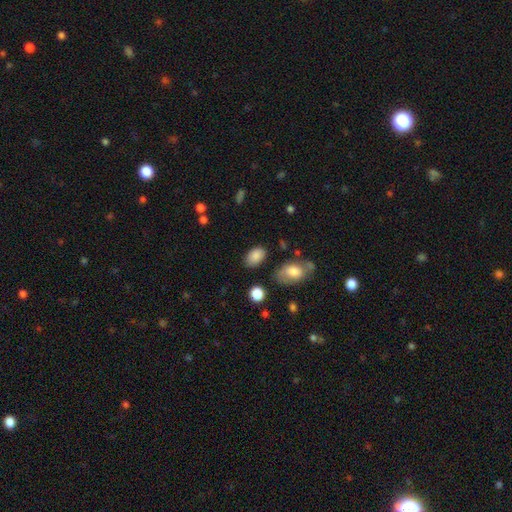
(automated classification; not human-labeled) This is clearly a smooth galaxy (86%). How rounded: clearly in between (89%). Merging: likely none (78%).